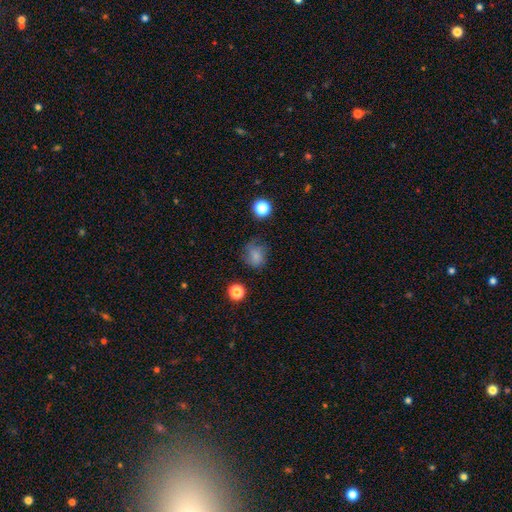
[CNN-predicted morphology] Smooth or featured: smooth — 76% (star or artifact — 15%)
How rounded: round — 69% (in between — 30%)
Merging: none — 64% (minor disturbance — 23%)